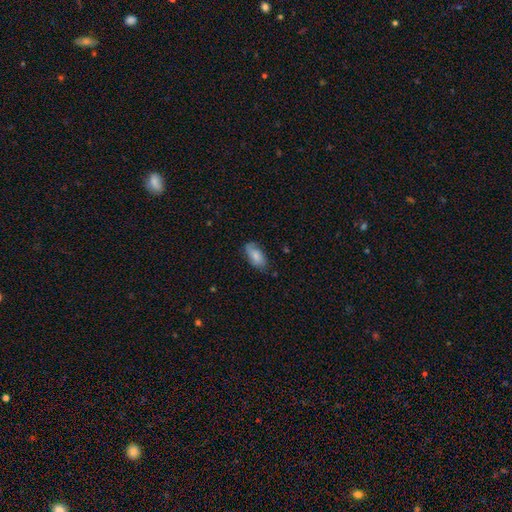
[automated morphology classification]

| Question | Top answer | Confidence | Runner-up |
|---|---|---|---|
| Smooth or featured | smooth | 65% | featured or disk (28%) |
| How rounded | in between | 92% | cigar-shaped (5%) |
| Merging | none | 69% | minor disturbance (23%) |